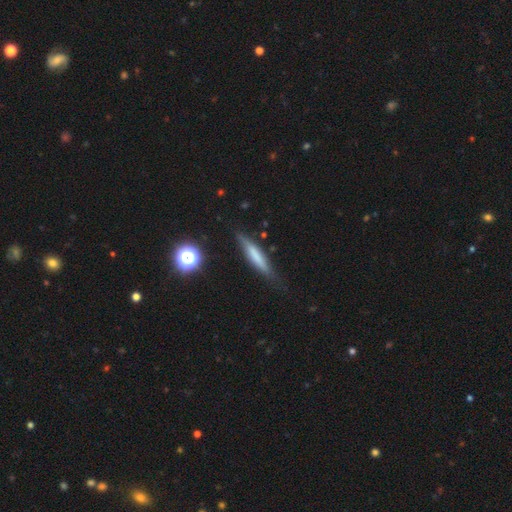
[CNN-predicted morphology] Smooth or featured? smooth (57%)
How rounded? cigar-shaped (87%)
Merging? none (78%)